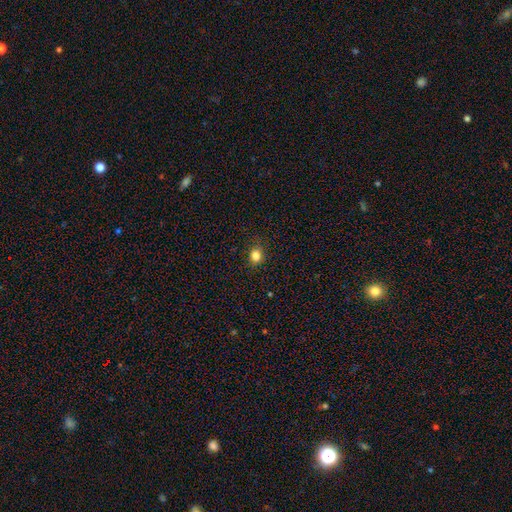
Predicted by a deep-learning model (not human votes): Smooth or featured?
  - smooth: 82% *
  - star or artifact: 13%
  - featured or disk: 5%
How rounded?
  - round: 76% *
  - in between: 24%
  - cigar-shaped: 1%
Merging?
  - none: 88% *
  - minor disturbance: 9%
  - major disturbance: 2%
  - merger: 1%